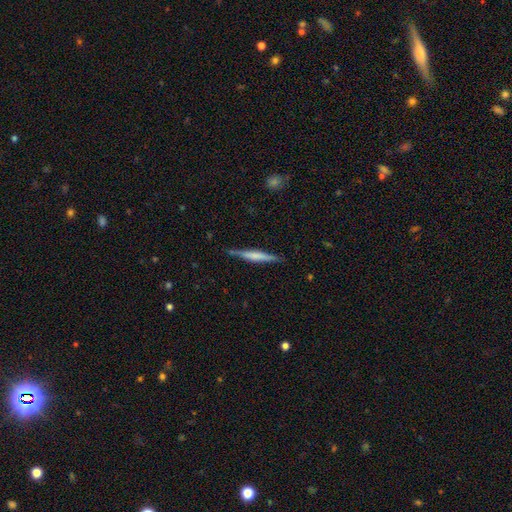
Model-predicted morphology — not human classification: smooth_or_featured: featured or disk (p=0.56) [alt: smooth p=0.38]
disk_edge_on: yes (p=0.97) [alt: no p=0.03]
edge_on_bulge: boxy (p=0.34) [alt: rounded p=0.33]
merging: none (p=0.86) [alt: minor disturbance p=0.11]